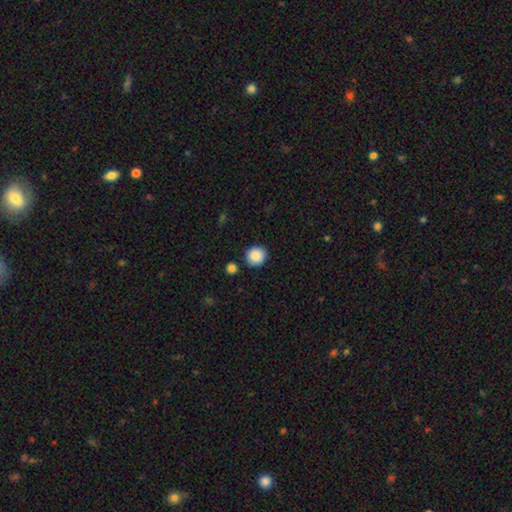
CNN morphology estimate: Smooth or featured?
  - smooth: 89% *
  - star or artifact: 8%
  - featured or disk: 3%
How rounded?
  - round: 87% *
  - in between: 12%
  - cigar-shaped: 1%
Merging?
  - none: 85% *
  - minor disturbance: 9%
  - merger: 4%
  - major disturbance: 2%